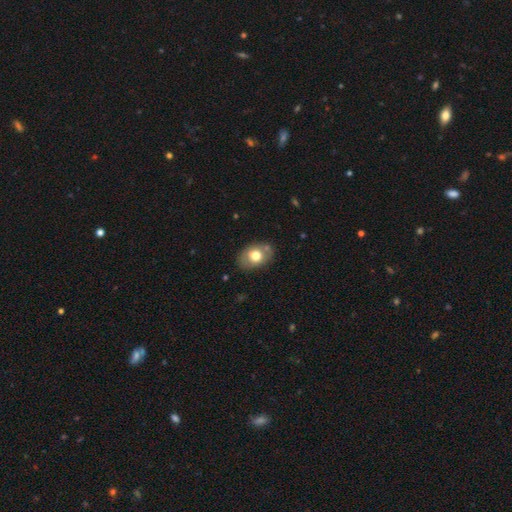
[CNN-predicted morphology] Overall: smooth (71%). How rounded: in between (73%). Merging: none (75%).